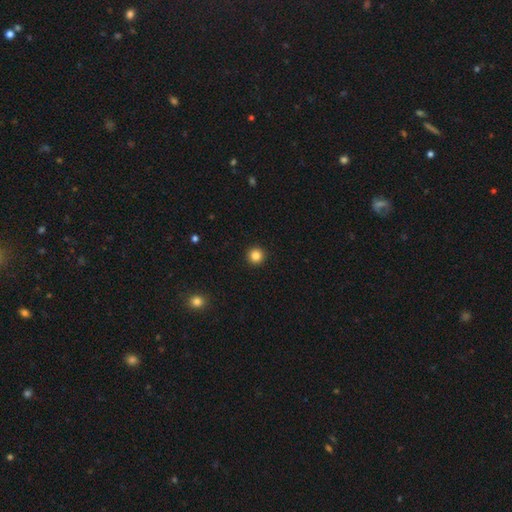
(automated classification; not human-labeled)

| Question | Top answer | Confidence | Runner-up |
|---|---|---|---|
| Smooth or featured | smooth | 84% | star or artifact (11%) |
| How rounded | round | 96% | in between (3%) |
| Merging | none | 94% | minor disturbance (4%) |